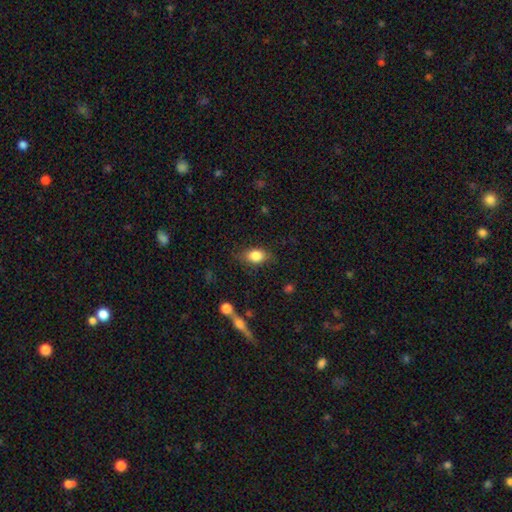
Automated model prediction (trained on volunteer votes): smooth_or_featured: smooth (p=0.83) [alt: featured or disk p=0.09]
how_rounded: in between (p=0.80) [alt: round p=0.17]
merging: none (p=0.76) [alt: minor disturbance p=0.17]